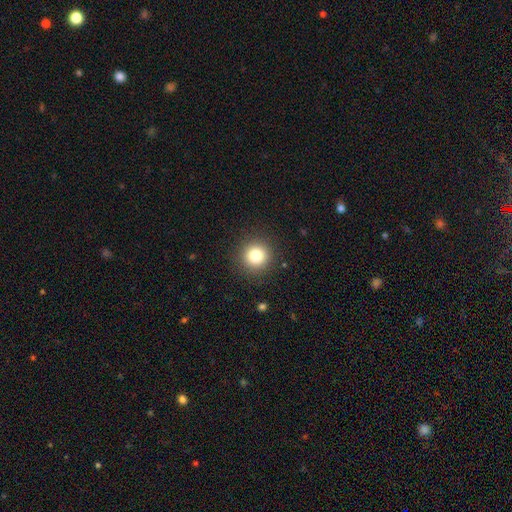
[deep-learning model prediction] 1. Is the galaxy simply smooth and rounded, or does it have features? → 81% smooth, 12% star or artifact, 7% featured or disk.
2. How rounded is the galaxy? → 94% round, 5% in between, 1% cigar-shaped.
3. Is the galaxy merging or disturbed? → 90% none, 6% minor disturbance, 2% major disturbance, 1% merger.